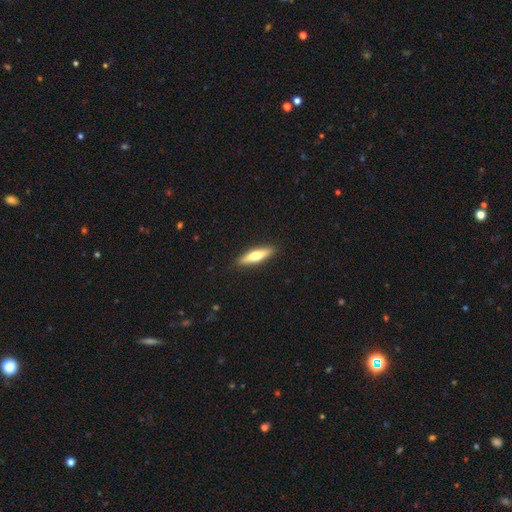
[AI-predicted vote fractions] Smooth or featured? Predicted: smooth (p=0.58). How rounded? Predicted: cigar-shaped (p=0.73). Merging? Predicted: none (p=0.90).